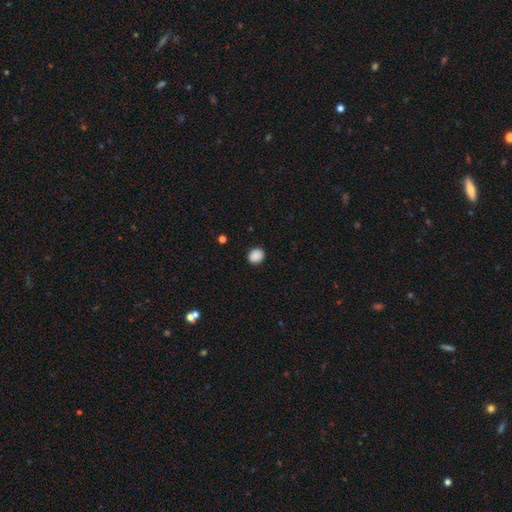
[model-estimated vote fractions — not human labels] smooth 88%, star or artifact 9%, featured or disk 2%. Down the decision tree: how rounded — round (78%); merging — none (91%).